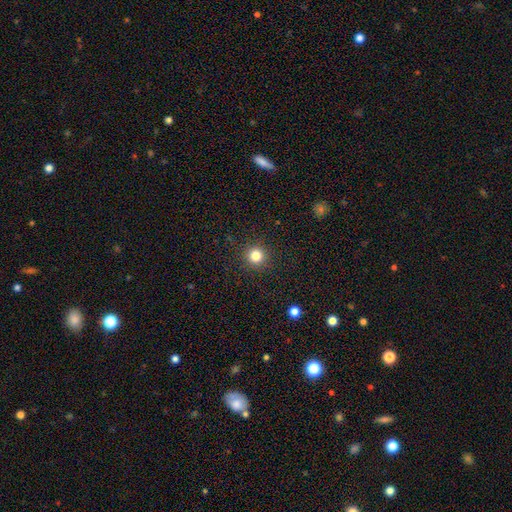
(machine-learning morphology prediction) Smooth or featured? smooth (81%)
How rounded? round (95%)
Merging? none (92%)